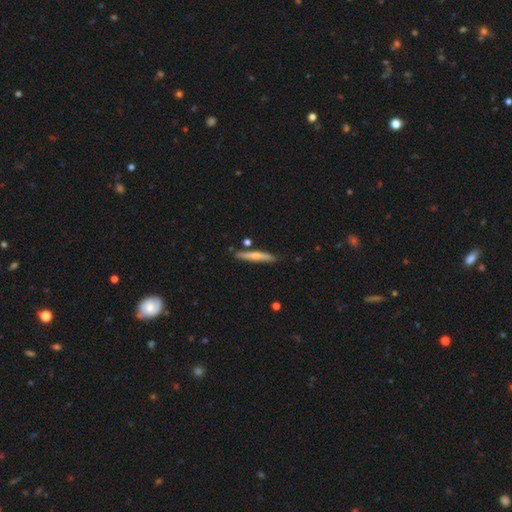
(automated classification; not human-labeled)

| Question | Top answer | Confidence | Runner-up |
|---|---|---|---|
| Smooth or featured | smooth | 60% | featured or disk (34%) |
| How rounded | cigar-shaped | 92% | in between (6%) |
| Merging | none | 80% | minor disturbance (13%) |